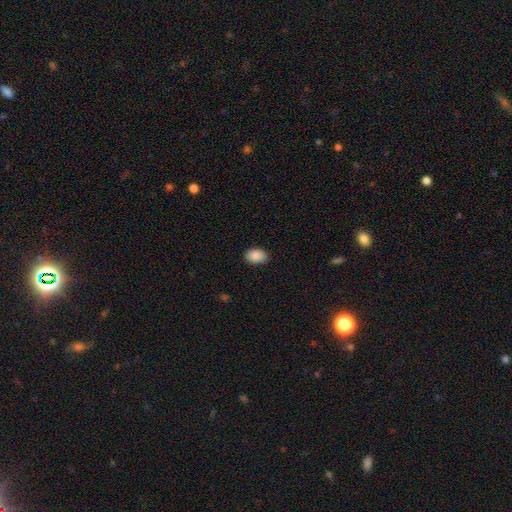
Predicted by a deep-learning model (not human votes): This is clearly a smooth galaxy (89%). How rounded: clearly in between (84%). Merging: clearly none (88%).